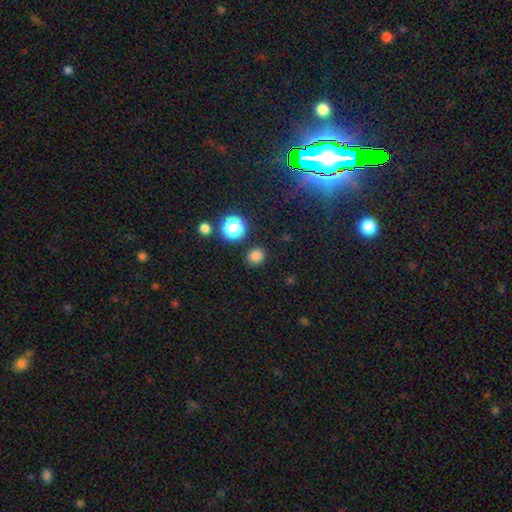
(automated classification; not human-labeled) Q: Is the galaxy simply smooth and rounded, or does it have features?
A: smooth — 78%.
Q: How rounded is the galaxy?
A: round — 85%.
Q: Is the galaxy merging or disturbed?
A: none — 86%.